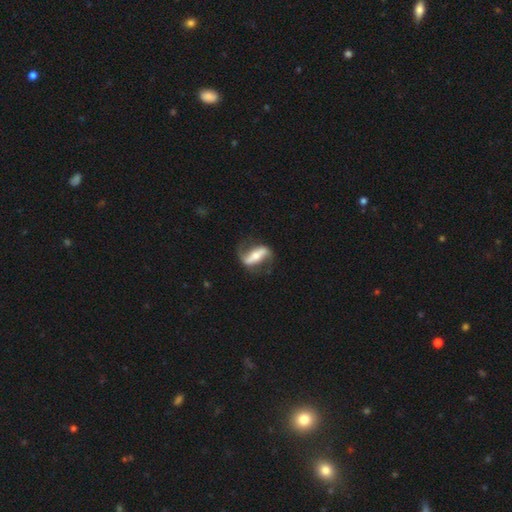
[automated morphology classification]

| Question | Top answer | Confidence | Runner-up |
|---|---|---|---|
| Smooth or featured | featured or disk | 81% | smooth (14%) |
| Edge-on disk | no | 86% | yes (14%) |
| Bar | strong | 72% | weak (15%) |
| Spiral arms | yes | 87% | no (13%) |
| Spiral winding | loose | 58% | medium (30%) |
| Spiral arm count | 2 | 88% | 1 (5%) |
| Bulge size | moderate | 47% | small (39%) |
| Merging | none | 70% | minor disturbance (16%) |